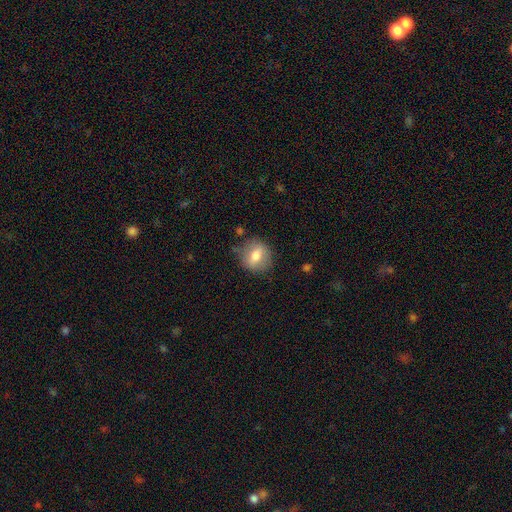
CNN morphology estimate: Smooth or featured? Predicted: smooth (p=0.66). How rounded? Predicted: round (p=0.74). Merging? Predicted: none (p=0.79).